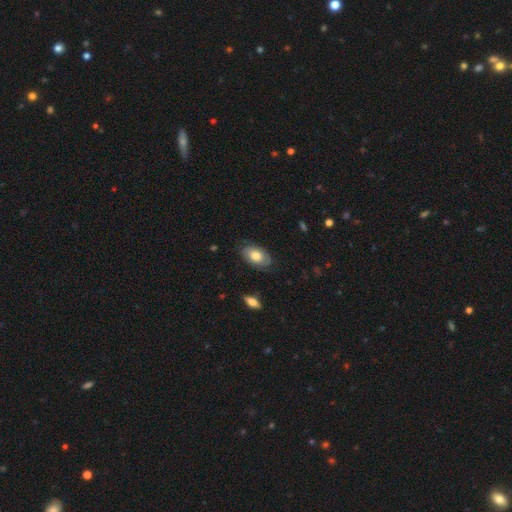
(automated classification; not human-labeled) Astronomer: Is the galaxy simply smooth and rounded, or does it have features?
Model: smooth — 61%.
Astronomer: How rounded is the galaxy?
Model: in between — 91%.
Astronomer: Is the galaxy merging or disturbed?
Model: none — 78%.